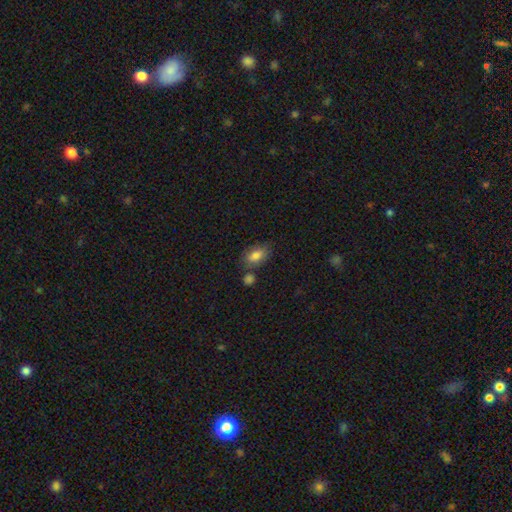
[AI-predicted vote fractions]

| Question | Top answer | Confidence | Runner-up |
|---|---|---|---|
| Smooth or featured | smooth | 81% | featured or disk (11%) |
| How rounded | in between | 89% | round (8%) |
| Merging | none | 66% | minor disturbance (17%) |